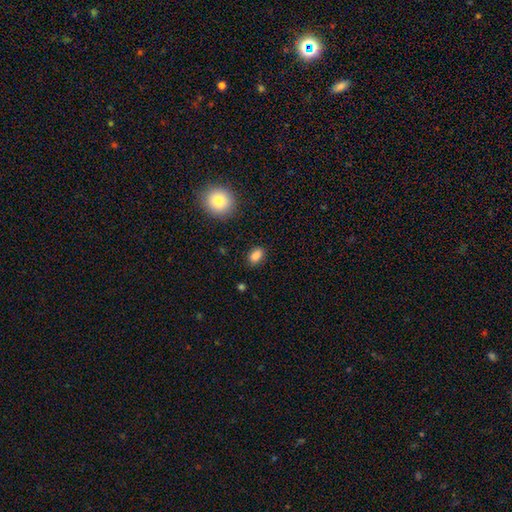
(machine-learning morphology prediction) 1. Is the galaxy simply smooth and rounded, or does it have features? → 85% smooth, 10% star or artifact, 5% featured or disk.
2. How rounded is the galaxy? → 81% in between, 17% round, 2% cigar-shaped.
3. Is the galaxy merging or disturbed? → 86% none, 10% minor disturbance, 3% major disturbance, 2% merger.